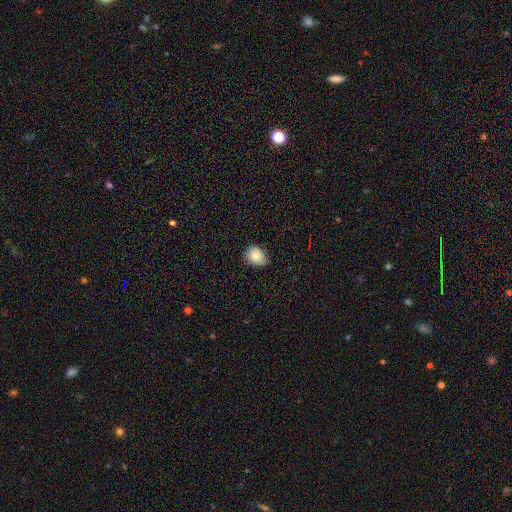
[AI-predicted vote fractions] This is clearly a smooth galaxy (84%). How rounded: possibly round (58%). Merging: possibly none (59%).